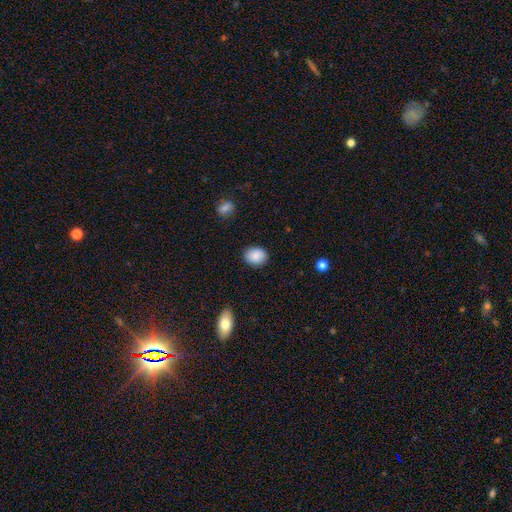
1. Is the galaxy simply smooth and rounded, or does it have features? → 89% smooth, 5% featured or disk, 5% star or artifact.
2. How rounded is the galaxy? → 53% round, 47% in between, 0% cigar-shaped.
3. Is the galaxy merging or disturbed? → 94% none, 3% minor disturbance, 3% major disturbance, 0% merger.